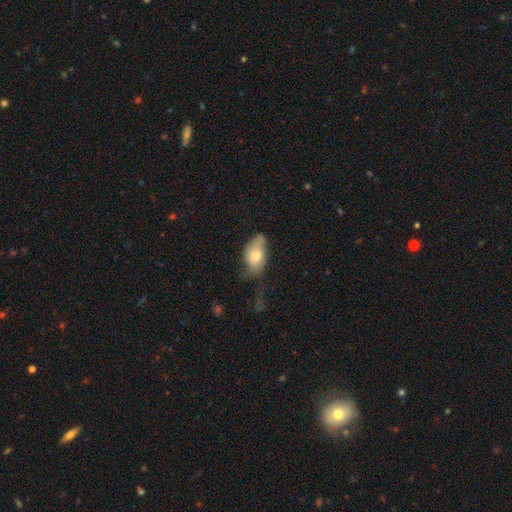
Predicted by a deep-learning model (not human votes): This appears to be a smooth galaxy with no disk features (72%) that is in between round and cigar-shaped (91%). Merging: minor disturbance (39%).